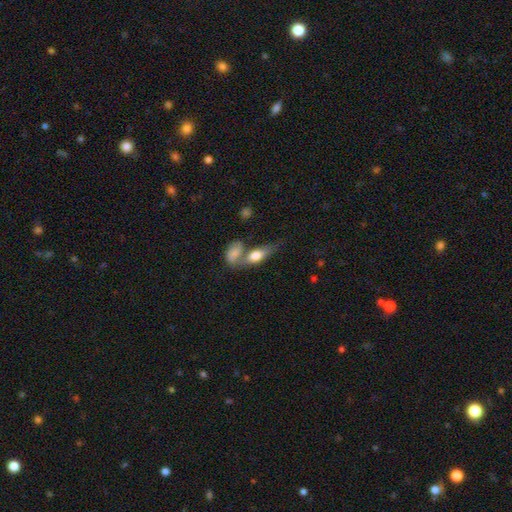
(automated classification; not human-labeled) Morphology: type=smooth (67%); roundness=in between (73%); merging=merger (42%).